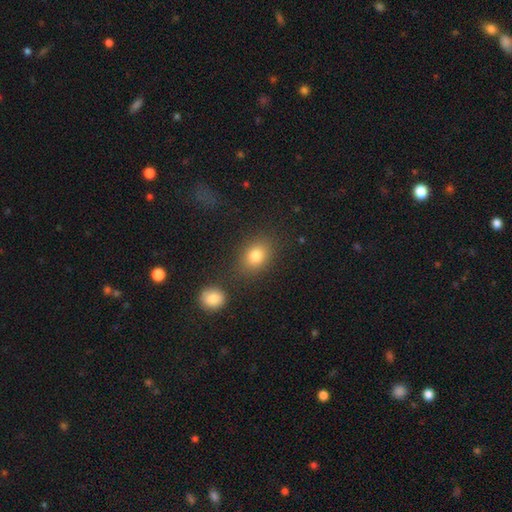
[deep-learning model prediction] This is clearly a smooth galaxy (80%). How rounded: possibly in between (59%). Merging: likely none (77%).